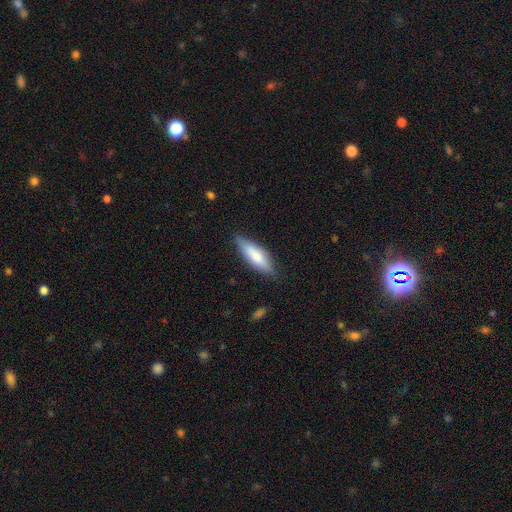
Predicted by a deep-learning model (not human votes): A smooth galaxy with no disk features (69%) that is cigar-shaped (53%).

Vote fractions:
- Smooth or featured? smooth: 69% / featured or disk: 25% / star or artifact: 6%
- How rounded? cigar-shaped: 53% / in between: 45% / round: 2%
- Merging? none: 83% / minor disturbance: 13% / major disturbance: 2% / merger: 1%